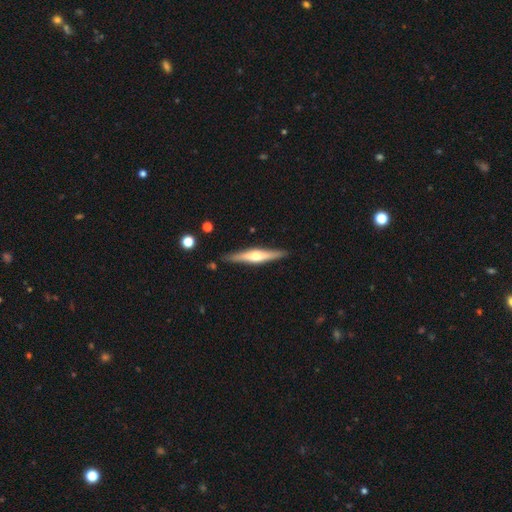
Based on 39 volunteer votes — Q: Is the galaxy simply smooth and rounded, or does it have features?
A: featured or disk — 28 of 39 (72%).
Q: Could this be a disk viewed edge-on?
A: yes — 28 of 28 (100%).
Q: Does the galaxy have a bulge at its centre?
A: rounded — 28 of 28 (100%).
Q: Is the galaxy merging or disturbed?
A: none — 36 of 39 (92%).